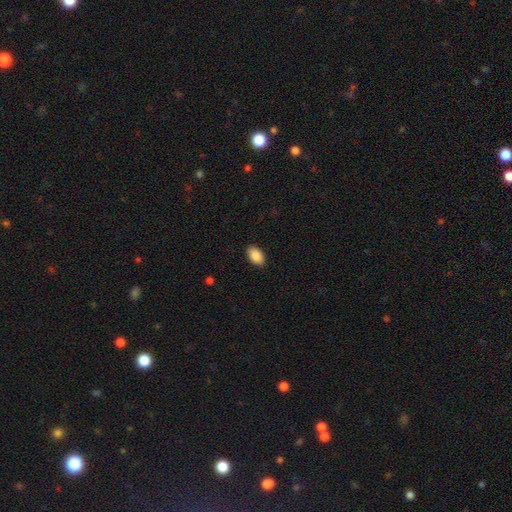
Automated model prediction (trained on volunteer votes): Smooth or featured?
  - smooth: 89% *
  - star or artifact: 7%
  - featured or disk: 4%
How rounded?
  - in between: 92% *
  - round: 7%
  - cigar-shaped: 1%
Merging?
  - none: 89% *
  - minor disturbance: 8%
  - major disturbance: 2%
  - merger: 1%